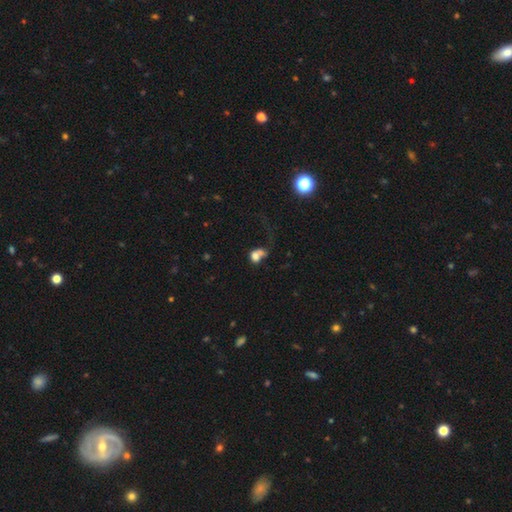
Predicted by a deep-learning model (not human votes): smooth_or_featured: smooth (p=0.67) [alt: featured or disk p=0.19]
how_rounded: round (p=0.49) [tied with: in between p=0.49]
merging: merger (p=0.48) [alt: major disturbance p=0.24]